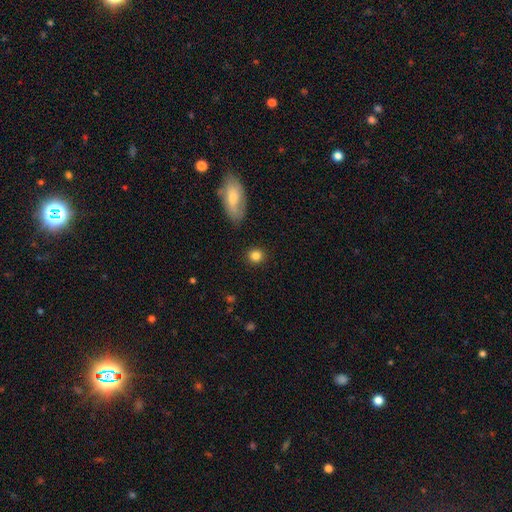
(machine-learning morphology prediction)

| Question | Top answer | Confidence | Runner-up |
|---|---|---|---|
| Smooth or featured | smooth | 85% | star or artifact (9%) |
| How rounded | round | 83% | in between (15%) |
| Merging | none | 89% | minor disturbance (7%) |